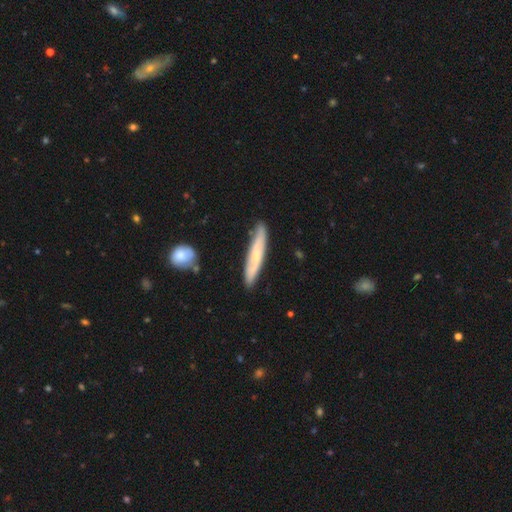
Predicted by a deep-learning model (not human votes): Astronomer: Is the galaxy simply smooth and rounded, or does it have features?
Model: smooth — 53% (runner-up: featured or disk, 41%).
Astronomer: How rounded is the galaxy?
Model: cigar-shaped — 90%.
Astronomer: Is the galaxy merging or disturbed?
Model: none — 82%.